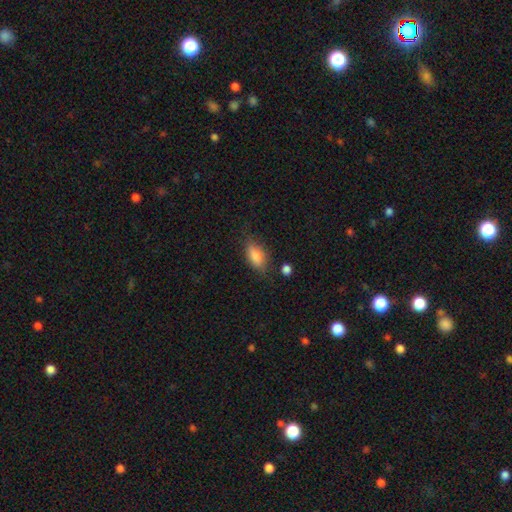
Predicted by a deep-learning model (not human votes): Q: Smooth or featured?
A: smooth (80%); runner-up: featured or disk (11%)
Q: How rounded?
A: in between (84%); runner-up: cigar-shaped (11%)
Q: Merging?
A: none (73%); runner-up: minor disturbance (19%)